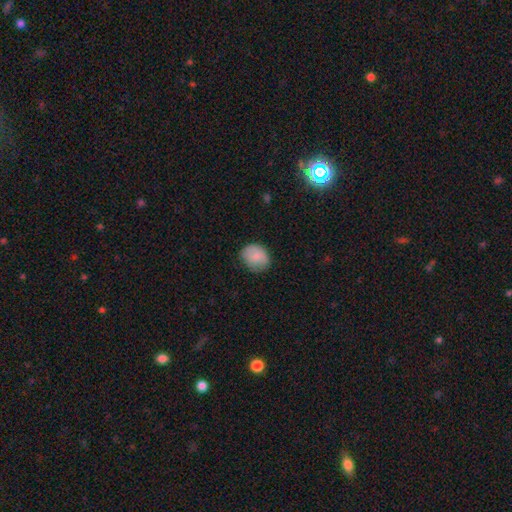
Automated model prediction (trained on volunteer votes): A smooth galaxy with no disk features (82%) that is round (55%).

Vote fractions:
- Smooth or featured? smooth: 82% / featured or disk: 11% / star or artifact: 7%
- How rounded? round: 55% / in between: 44% / cigar-shaped: 1%
- Merging? none: 73% / minor disturbance: 21% / major disturbance: 5% / merger: 1%